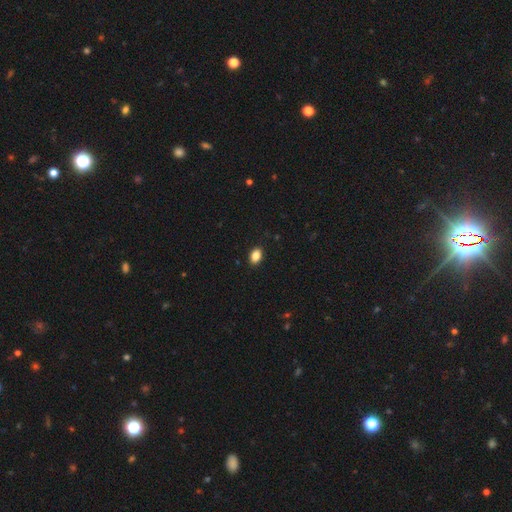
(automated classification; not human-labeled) Q: Smooth or featured?
A: smooth (87%); runner-up: star or artifact (9%)
Q: How rounded?
A: in between (82%); runner-up: round (17%)
Q: Merging?
A: none (90%); runner-up: minor disturbance (8%)